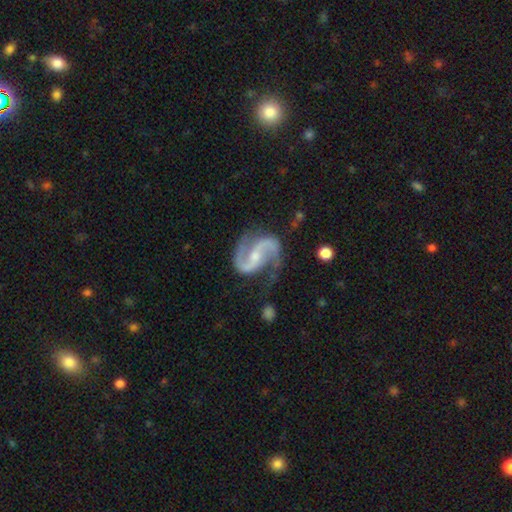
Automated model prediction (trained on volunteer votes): Overall: featured or disk (93%). Edge-on disk: no (98%). Bar: weak (41%; no 33%). Spiral arms: yes (98%). Spiral arm count: 2 (94%). Spiral winding: medium (56%; loose 31%). Bulge size: small (53%; moderate 38%). Merging: none (73%).